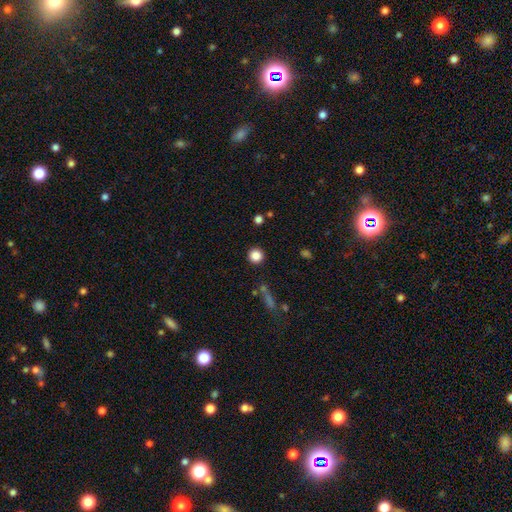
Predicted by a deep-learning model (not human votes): This is clearly a smooth galaxy (85%). How rounded: clearly round (95%). Merging: clearly none (90%).